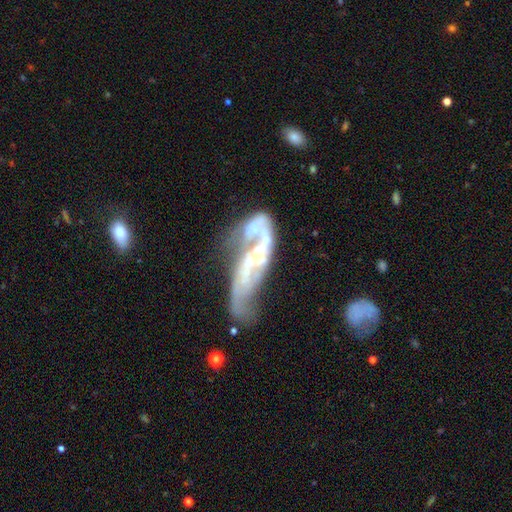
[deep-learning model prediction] smooth-or-featured: featured or disk: 77% | smooth: 14% | star or artifact: 9%
  disk-edge-on: no: 85% | yes: 15%
    bar: no: 52% | weak: 28% | strong: 20%
    has-spiral-arms: yes: 73% | no: 27%
    bulge-size: small: 41% | none: 32% | moderate: 22% | large: 4% | dominant: 2%
  merging: major disturbance: 36% | none: 24% | merger: 23% | minor disturbance: 18%